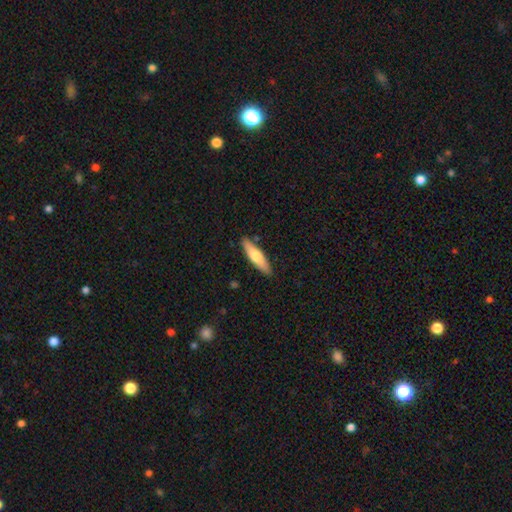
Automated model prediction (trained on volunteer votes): smooth 65%, featured or disk 30%, star or artifact 5%. Down the decision tree: how rounded — cigar-shaped (72%); merging — none (87%).